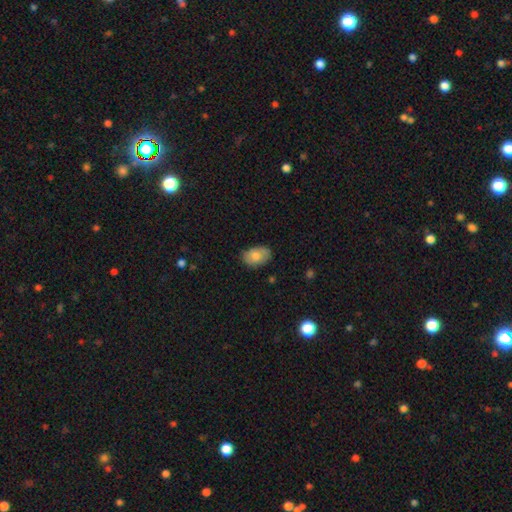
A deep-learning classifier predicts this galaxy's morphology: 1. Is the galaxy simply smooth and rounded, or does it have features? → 78% smooth, 15% featured or disk, 7% star or artifact.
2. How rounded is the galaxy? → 86% in between, 12% round, 1% cigar-shaped.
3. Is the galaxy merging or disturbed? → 77% none, 19% minor disturbance, 3% major disturbance, 1% merger.